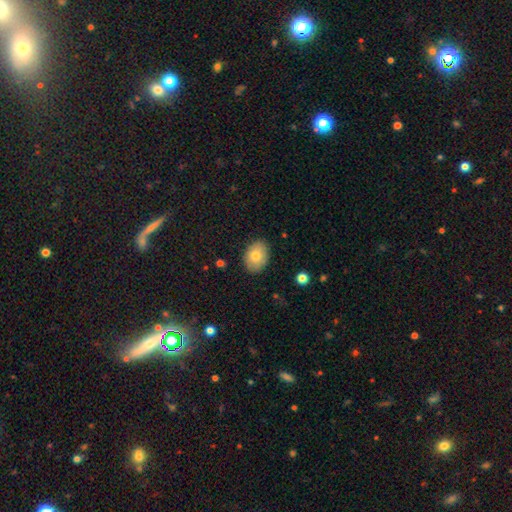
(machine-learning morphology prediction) smooth 79%, featured or disk 14%, star or artifact 7%. Down the decision tree: how rounded — in between (77%); merging — none (86%).